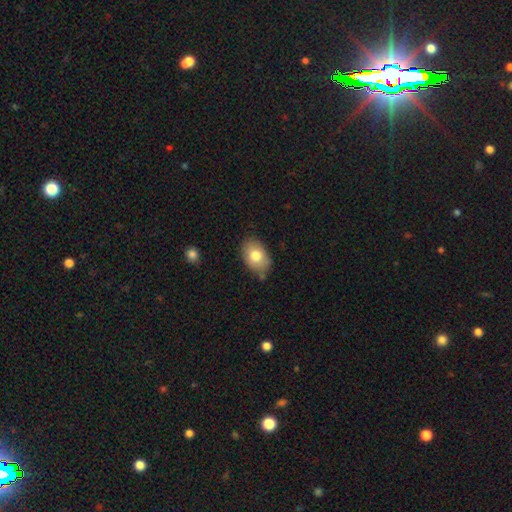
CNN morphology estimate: smooth 76%, featured or disk 16%, star or artifact 8%. Down the decision tree: how rounded — in between (85%); merging — none (76%).